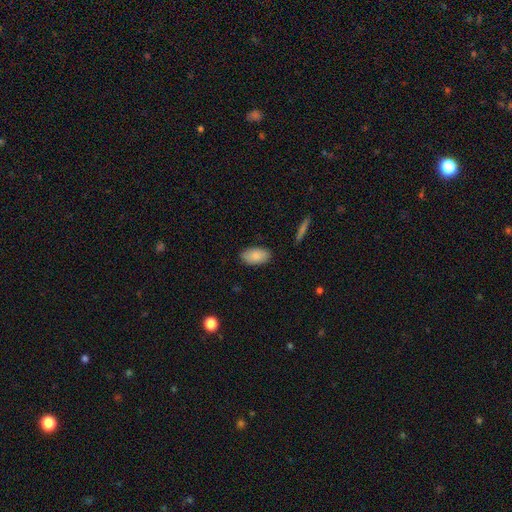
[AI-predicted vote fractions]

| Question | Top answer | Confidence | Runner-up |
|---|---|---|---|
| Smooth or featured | smooth | 86% | featured or disk (8%) |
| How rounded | in between | 94% | round (4%) |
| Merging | none | 86% | minor disturbance (10%) |